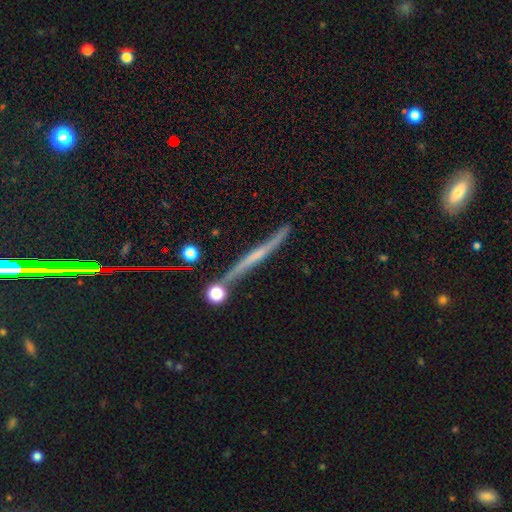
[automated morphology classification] Smooth or featured? Predicted: featured or disk (p=0.62). Edge-on disk? Predicted: yes (p=0.95). Edge-on bulge? Predicted: none (p=0.67). Merging? Predicted: none (p=0.77).